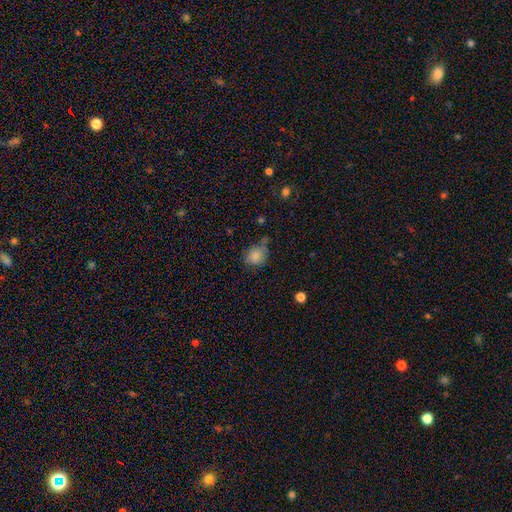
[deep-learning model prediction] Overall: smooth (82%). How rounded: round (64%; in between 35%). Merging: none (51%; minor disturbance 32%).